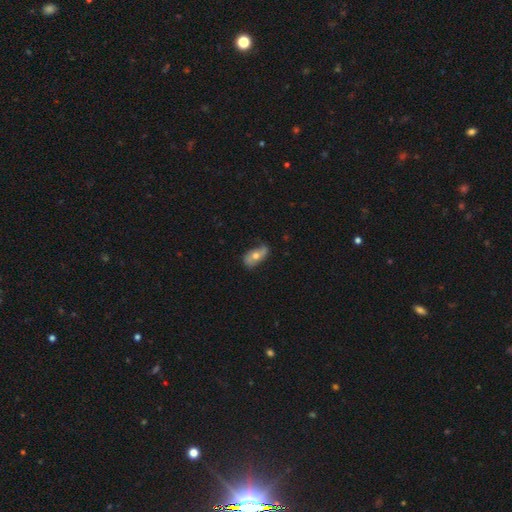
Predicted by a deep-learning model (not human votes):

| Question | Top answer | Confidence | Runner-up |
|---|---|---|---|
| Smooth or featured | smooth | 51% | featured or disk (42%) |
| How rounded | in between | 86% | cigar-shaped (8%) |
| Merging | none | 56% | minor disturbance (33%) |